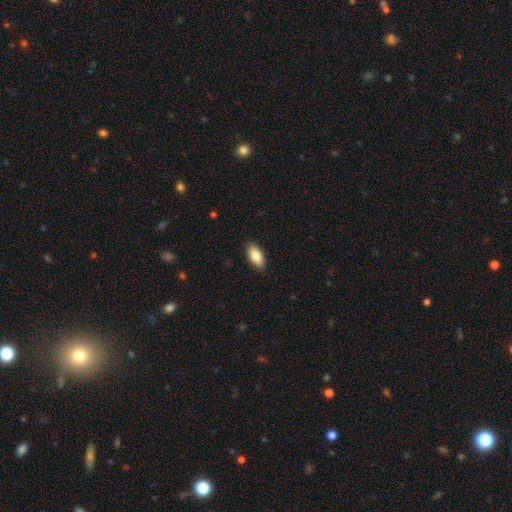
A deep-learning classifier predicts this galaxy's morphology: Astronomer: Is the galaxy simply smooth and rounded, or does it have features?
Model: smooth — 85%.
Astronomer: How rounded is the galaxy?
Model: in between — 91%.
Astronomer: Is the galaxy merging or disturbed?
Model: none — 88%.